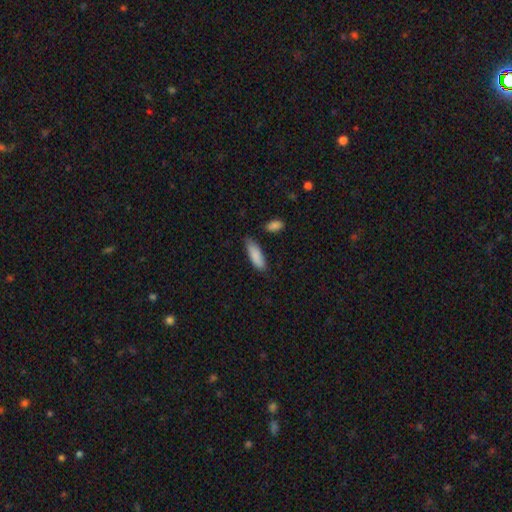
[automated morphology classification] Smooth or featured: smooth — 88% (featured or disk — 6%)
How rounded: in between — 57% (cigar-shaped — 41%)
Merging: none — 72% (minor disturbance — 21%)